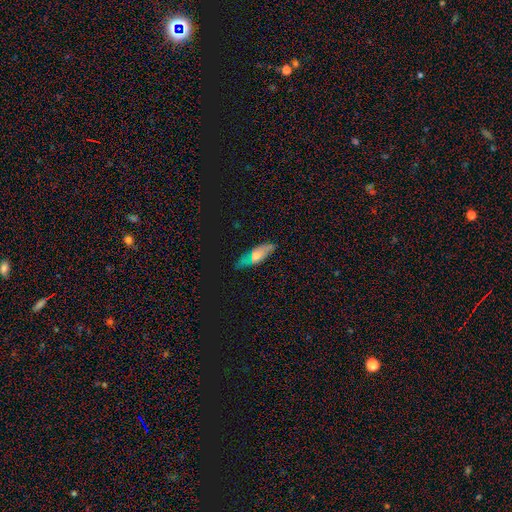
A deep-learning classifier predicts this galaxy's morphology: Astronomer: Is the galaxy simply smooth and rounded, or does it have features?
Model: smooth — 55% (runner-up: featured or disk, 33%).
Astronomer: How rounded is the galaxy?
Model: in between — 57% (runner-up: cigar-shaped, 40%).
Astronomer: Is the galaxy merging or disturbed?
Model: none — 74%.